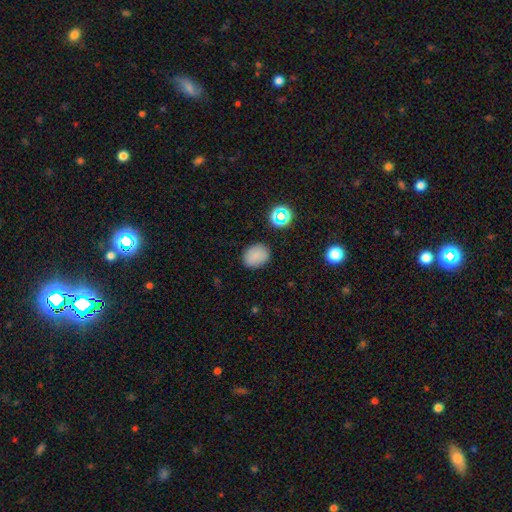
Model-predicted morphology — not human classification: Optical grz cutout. It shows a smooth galaxy with no disk features (80%) that is round (51%). Merging: none (83%).